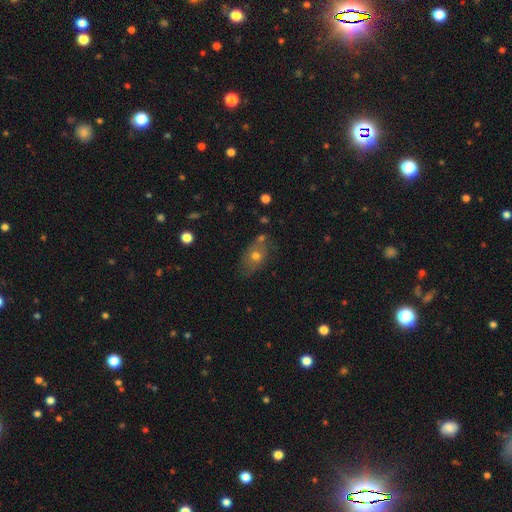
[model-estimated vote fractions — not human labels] Smooth or featured? smooth (58%)
How rounded? in between (76%)
Merging? none (64%)